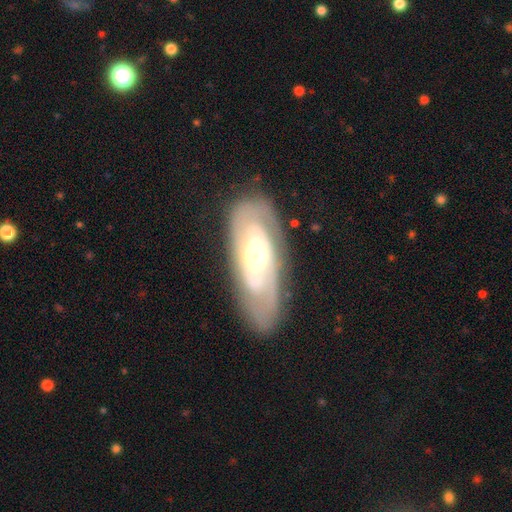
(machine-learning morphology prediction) This is likely a featured or disk galaxy (78%). It is clearly not viewed edge-on (89%). Bar: possibly no (51%). Spiral arm pattern: clearly yes (82%). Spiral arm count: possibly 2 (58%). Spiral winding: possibly tight (56%). Central bulge: likely moderate (64%). Merging: likely none (79%).